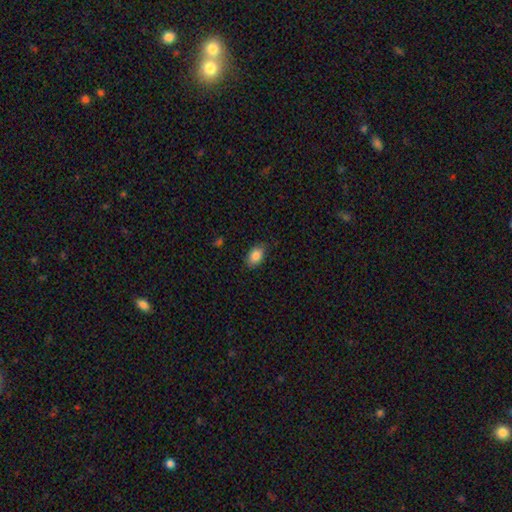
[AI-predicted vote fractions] Q: Smooth or featured?
A: smooth (86%); runner-up: star or artifact (8%)
Q: How rounded?
A: in between (88%); runner-up: round (10%)
Q: Merging?
A: none (83%); runner-up: minor disturbance (14%)